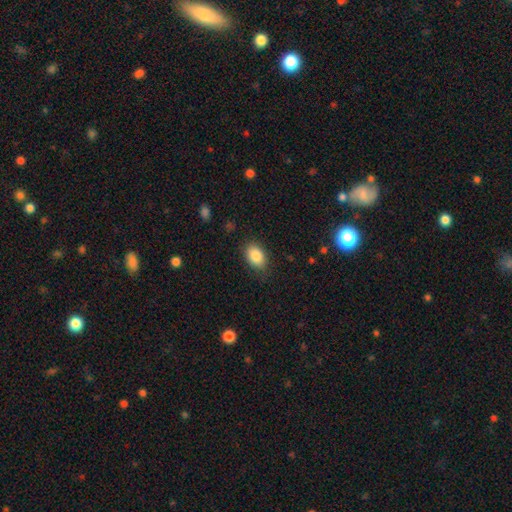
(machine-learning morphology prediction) Q: Smooth or featured?
A: smooth (86%); runner-up: star or artifact (8%)
Q: How rounded?
A: in between (86%); runner-up: round (13%)
Q: Merging?
A: none (83%); runner-up: minor disturbance (12%)